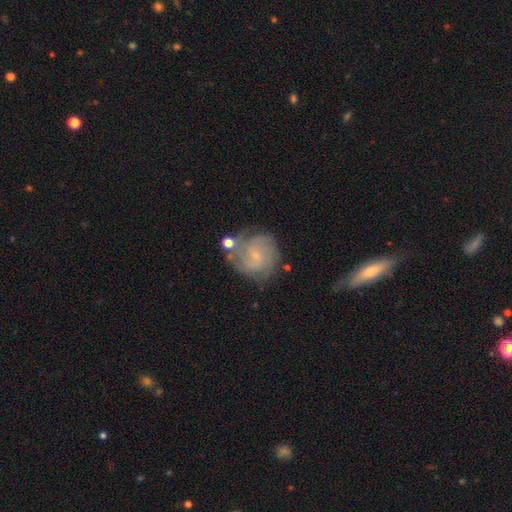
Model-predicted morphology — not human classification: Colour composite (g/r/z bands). It shows a featured or disk galaxy (73%) with no bar (64%), tight (58%) spiral arms (91%) and a small central bulge (81%). Merging: none (62%).